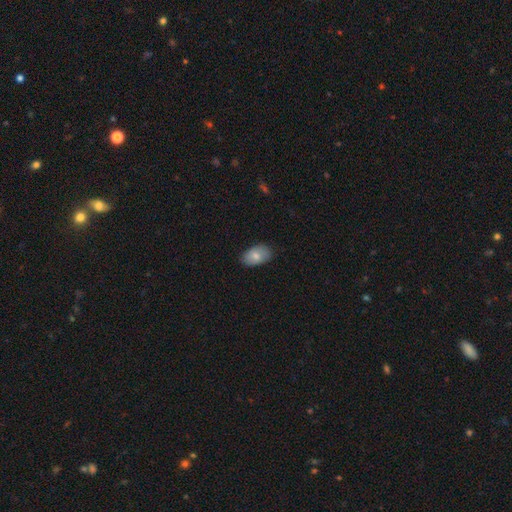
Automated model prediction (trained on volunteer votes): A smooth galaxy with no disk features (77%) that is in between round and cigar-shaped (91%). Merging: none (79%).